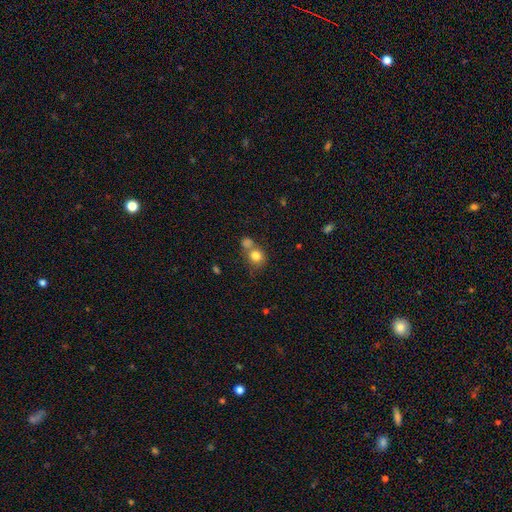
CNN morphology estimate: The model was most divided on "merging": none: 47%, merger: 37%, minor disturbance: 11%, major disturbance: 5%. More confident: smooth or featured — smooth (81%); how rounded — round (78%).